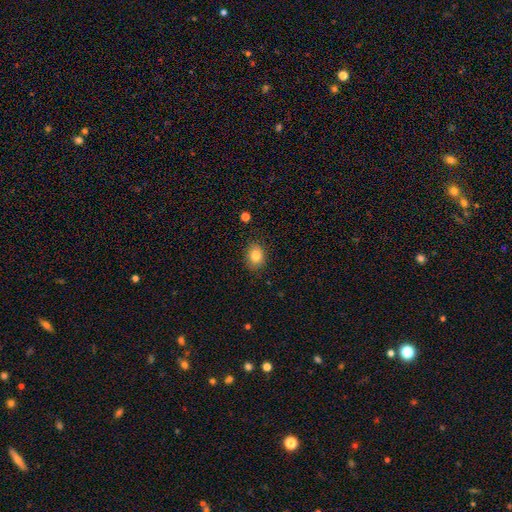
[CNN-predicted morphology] A smooth galaxy with no disk features (83%) that is in between round and cigar-shaped (58%).

Vote fractions:
- Smooth or featured? smooth: 83% / star or artifact: 10% / featured or disk: 8%
- How rounded? in between: 58% / round: 41% / cigar-shaped: 1%
- Merging? none: 87% / minor disturbance: 10% / major disturbance: 2% / merger: 1%